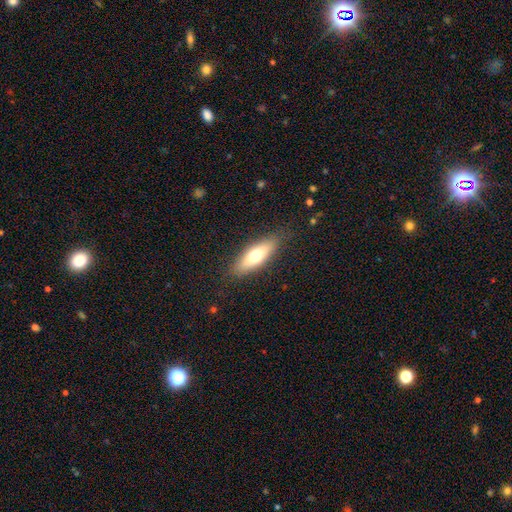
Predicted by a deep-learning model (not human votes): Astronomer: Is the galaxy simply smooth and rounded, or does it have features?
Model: smooth — 66%.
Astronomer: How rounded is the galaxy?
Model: in between — 55% (runner-up: cigar-shaped, 42%).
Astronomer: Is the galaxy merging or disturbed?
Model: none — 85%.